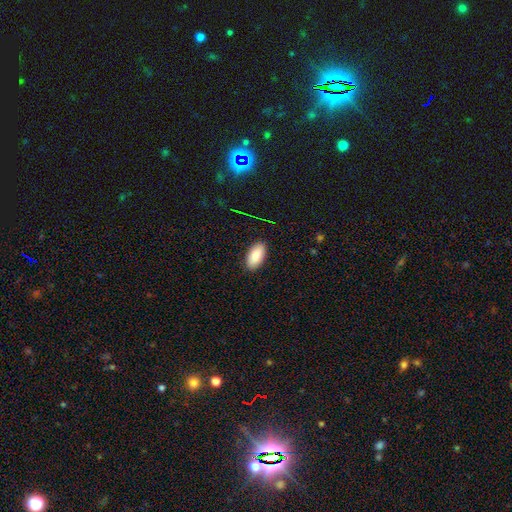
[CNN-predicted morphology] Smooth or featured?
  - smooth: 85% *
  - featured or disk: 8%
  - star or artifact: 7%
How rounded?
  - in between: 93% *
  - cigar-shaped: 4%
  - round: 3%
Merging?
  - none: 89% *
  - minor disturbance: 8%
  - major disturbance: 2%
  - merger: 1%